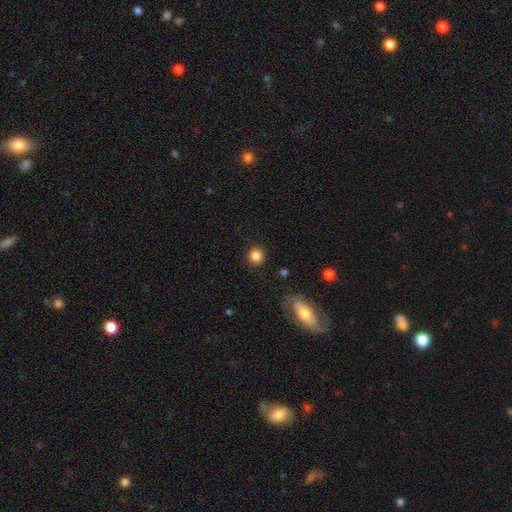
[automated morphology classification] Overall: smooth (85%). How rounded: round (93%). Merging: none (91%).